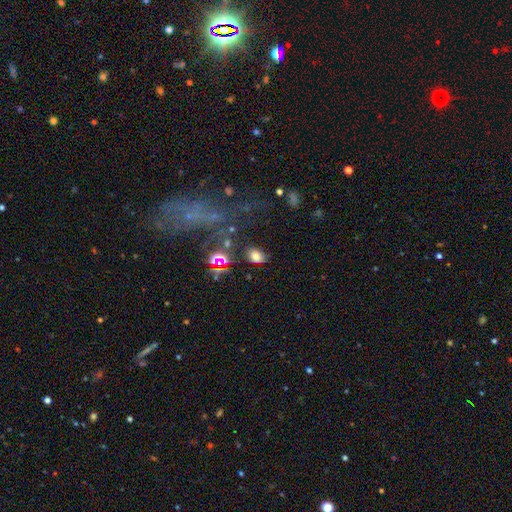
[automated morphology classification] Overall: smooth (71%). How rounded: in between (79%). Merging: none (76%).